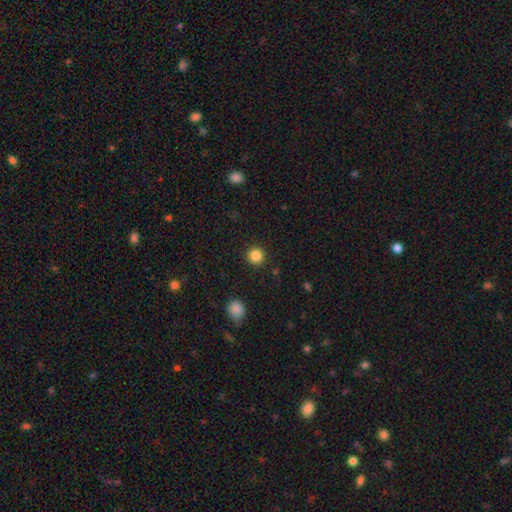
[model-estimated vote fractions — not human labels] Smooth or featured: smooth — 85% (star or artifact — 11%)
How rounded: round — 94% (in between — 5%)
Merging: none — 92% (minor disturbance — 5%)